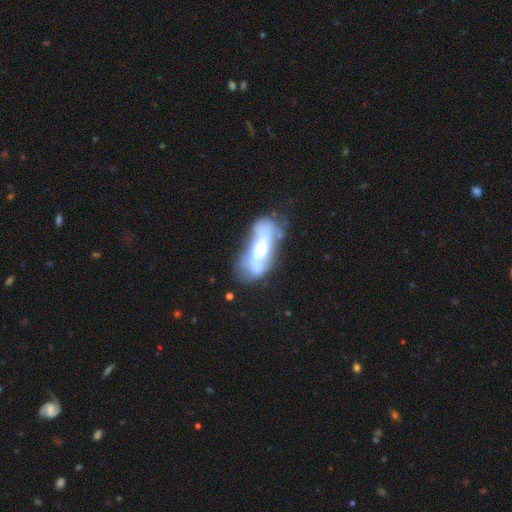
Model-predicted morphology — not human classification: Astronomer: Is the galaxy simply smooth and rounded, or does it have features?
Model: featured or disk — 63%.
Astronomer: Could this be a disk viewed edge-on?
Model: no — 83%.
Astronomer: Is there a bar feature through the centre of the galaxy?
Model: no — 55%.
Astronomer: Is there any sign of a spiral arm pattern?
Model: no — 61% (runner-up: yes, 39%).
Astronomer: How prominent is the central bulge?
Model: moderate — 57%.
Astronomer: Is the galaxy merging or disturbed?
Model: none — 41% (runner-up: major disturbance, 24%).